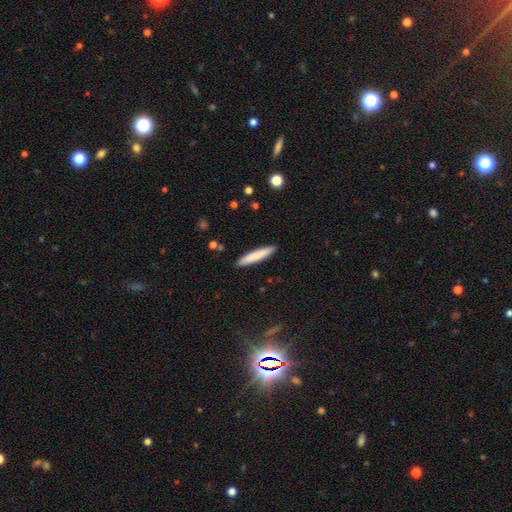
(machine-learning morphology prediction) type=smooth (80%); roundness=cigar-shaped (92%); merging=none (91%).